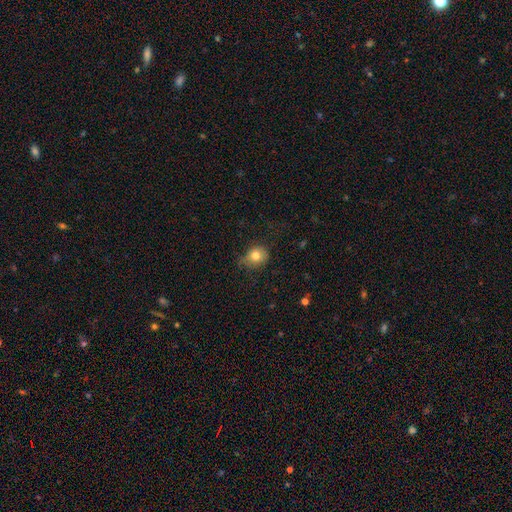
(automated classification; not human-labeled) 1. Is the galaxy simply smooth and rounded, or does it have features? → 78% smooth, 12% star or artifact, 11% featured or disk.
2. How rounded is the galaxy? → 65% round, 34% in between, 1% cigar-shaped.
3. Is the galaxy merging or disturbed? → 58% none, 31% minor disturbance, 10% major disturbance, 1% merger.